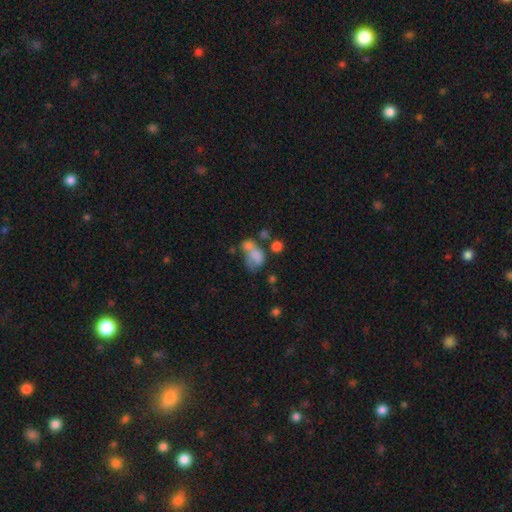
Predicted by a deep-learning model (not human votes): Smooth or featured?
  - smooth: 65% *
  - featured or disk: 22%
  - star or artifact: 13%
How rounded?
  - in between: 72% *
  - round: 26%
  - cigar-shaped: 2%
Merging?
  - merger: 46% *
  - major disturbance: 21%
  - none: 19%
  - minor disturbance: 14%